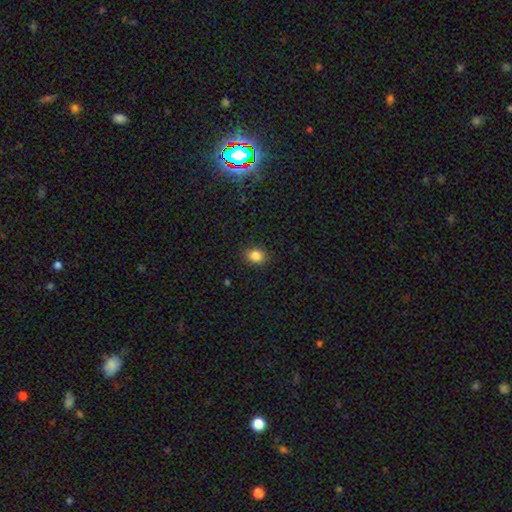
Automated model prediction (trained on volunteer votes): Smooth or featured?
  - smooth: 85% *
  - star or artifact: 10%
  - featured or disk: 5%
How rounded?
  - round: 50% *
  - in between: 49%
  - cigar-shaped: 1%
Merging?
  - none: 89% *
  - minor disturbance: 8%
  - major disturbance: 2%
  - merger: 1%